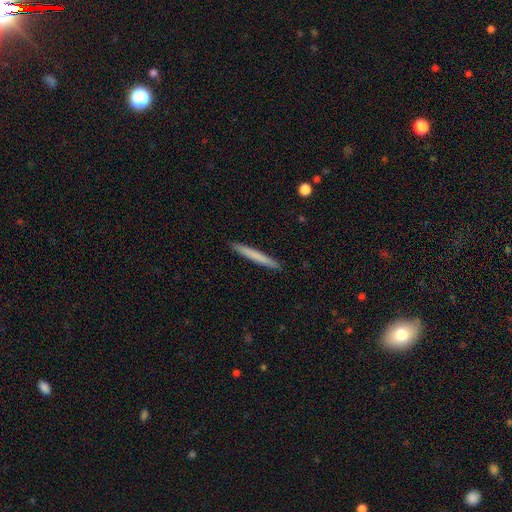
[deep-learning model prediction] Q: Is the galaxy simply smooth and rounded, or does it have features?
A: smooth — 71%.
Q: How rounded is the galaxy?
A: cigar-shaped — 97%.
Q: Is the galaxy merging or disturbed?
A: none — 93%.